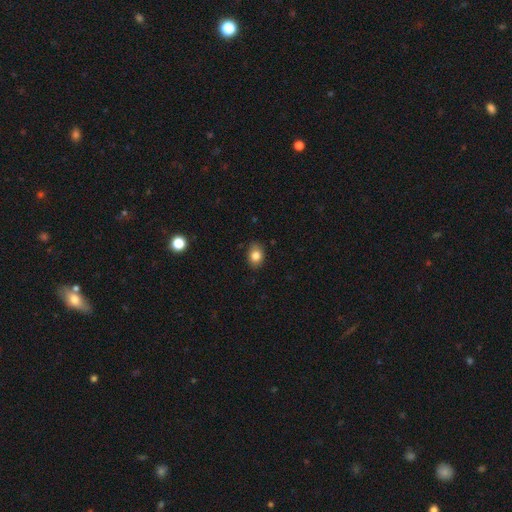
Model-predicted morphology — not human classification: The model was most divided on "how rounded": in between: 65%, round: 34%, cigar-shaped: 1%. More confident: merging — none (84%); smooth or featured — smooth (82%).